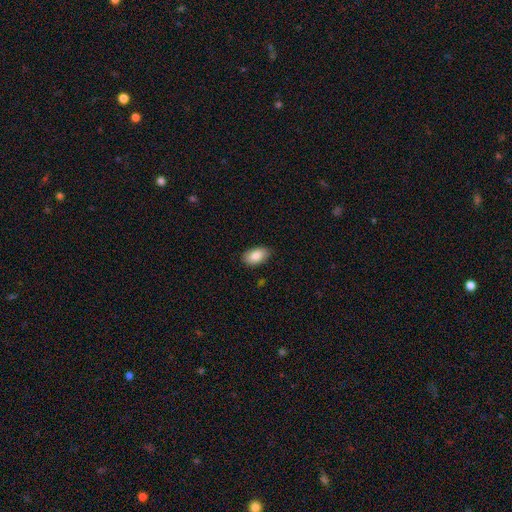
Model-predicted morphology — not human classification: Smooth or featured? Predicted: smooth (p=0.85). How rounded? Predicted: in between (p=0.93). Merging? Predicted: none (p=0.85).